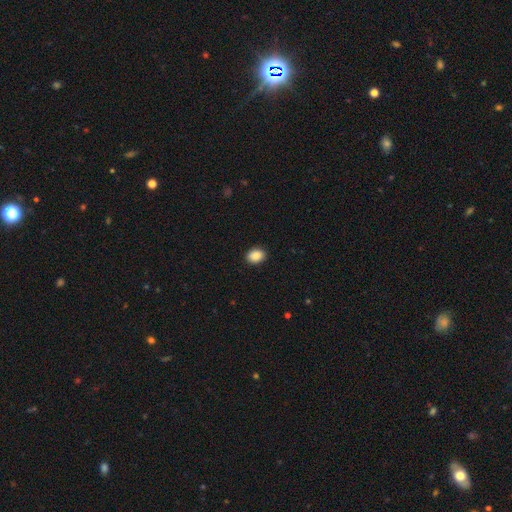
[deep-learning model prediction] A smooth galaxy with no disk features (89%) that is in between round and cigar-shaped (56%).

Vote fractions:
- Smooth or featured? smooth: 89% / star or artifact: 8% / featured or disk: 3%
- How rounded? in between: 56% / round: 43% / cigar-shaped: 1%
- Merging? none: 91% / minor disturbance: 7% / major disturbance: 2% / merger: 1%